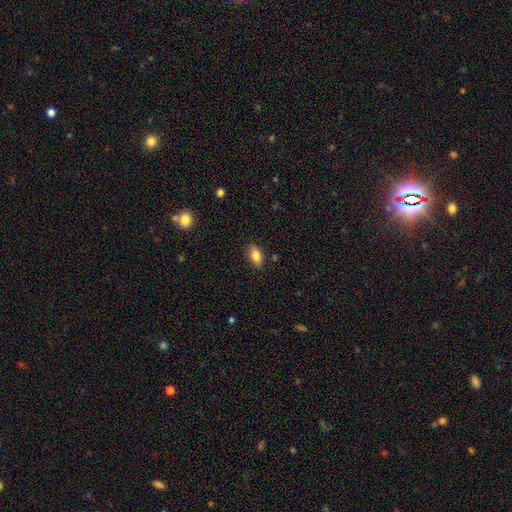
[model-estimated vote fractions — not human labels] smooth-or-featured: smooth: 83% | featured or disk: 9% | star or artifact: 8%
  how-rounded: in between: 90% | round: 6% | cigar-shaped: 5%
  merging: none: 86% | minor disturbance: 10% | major disturbance: 2% | merger: 1%